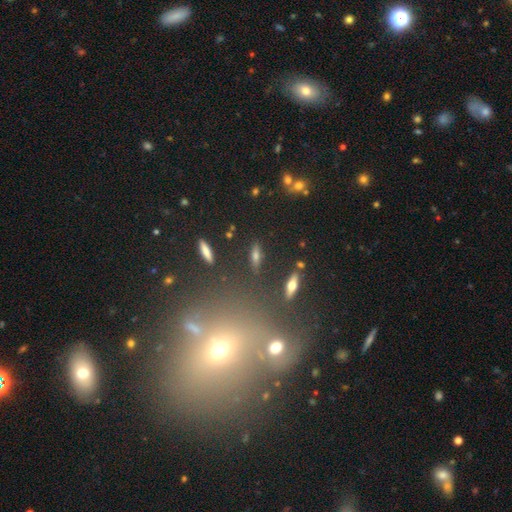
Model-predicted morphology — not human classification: smooth_or_featured: smooth (p=0.41) [alt: featured or disk p=0.40]
merging: none (p=0.83) [alt: minor disturbance p=0.10]